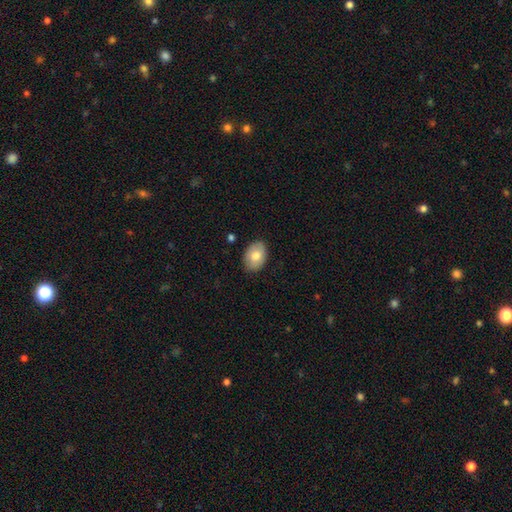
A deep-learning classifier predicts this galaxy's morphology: smooth-or-featured: smooth: 76% | featured or disk: 17% | star or artifact: 7%
  how-rounded: in between: 82% | round: 17% | cigar-shaped: 1%
  merging: none: 85% | minor disturbance: 11% | major disturbance: 2% | merger: 1%